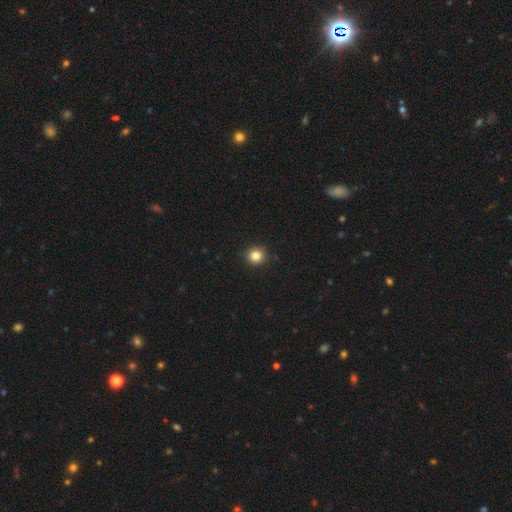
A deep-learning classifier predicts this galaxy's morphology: type=smooth (84%); roundness=round (91%); merging=none (93%).